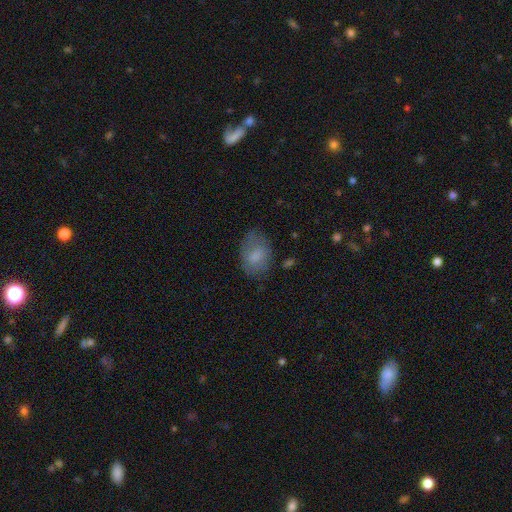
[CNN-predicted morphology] The model was most divided on "merging": none: 59%, minor disturbance: 27%, major disturbance: 12%, merger: 2%. More confident: how rounded — in between (80%); smooth or featured — smooth (73%).